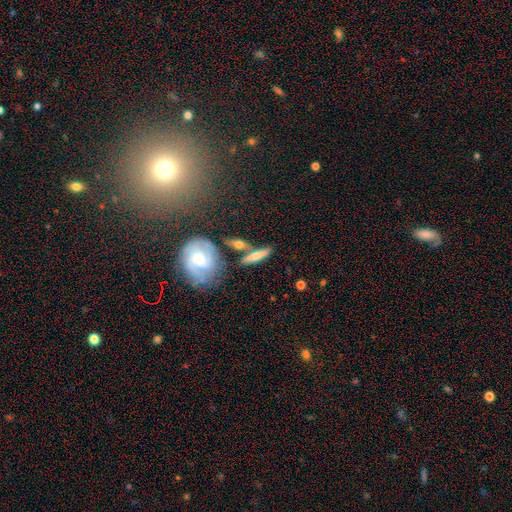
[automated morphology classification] Smooth or featured? Predicted: smooth (p=0.53). How rounded? Predicted: cigar-shaped (p=0.68). Merging? Predicted: none (p=0.57).